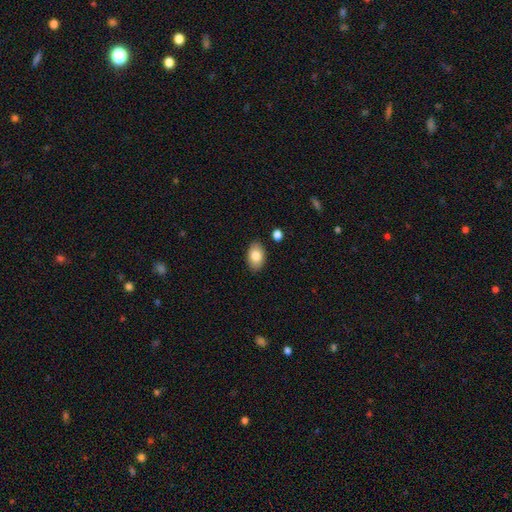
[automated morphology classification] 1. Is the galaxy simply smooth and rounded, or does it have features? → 84% smooth, 9% featured or disk, 7% star or artifact.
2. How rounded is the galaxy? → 90% in between, 9% round, 1% cigar-shaped.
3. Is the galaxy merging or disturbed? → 87% none, 9% minor disturbance, 2% merger, 2% major disturbance.